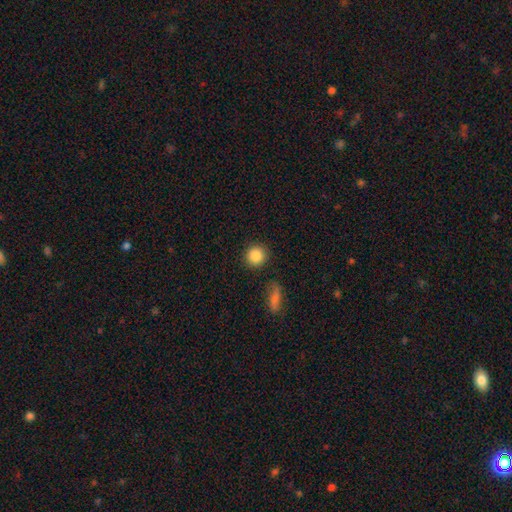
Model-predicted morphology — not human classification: A smooth galaxy with no disk features (87%) that is round (92%). Merging: none (87%).